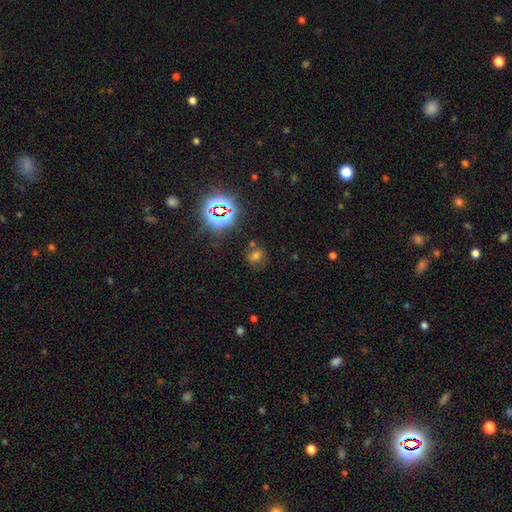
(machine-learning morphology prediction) This is possibly a smooth galaxy (54%). How rounded: likely round (68%). Merging: likely none (72%).